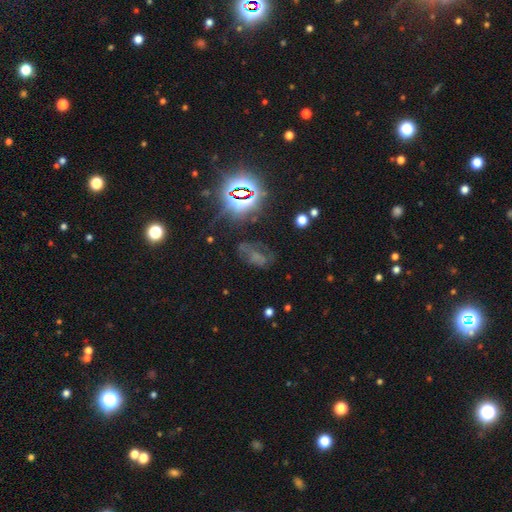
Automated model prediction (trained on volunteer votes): Overall: star or artifact (45%; smooth 28%).